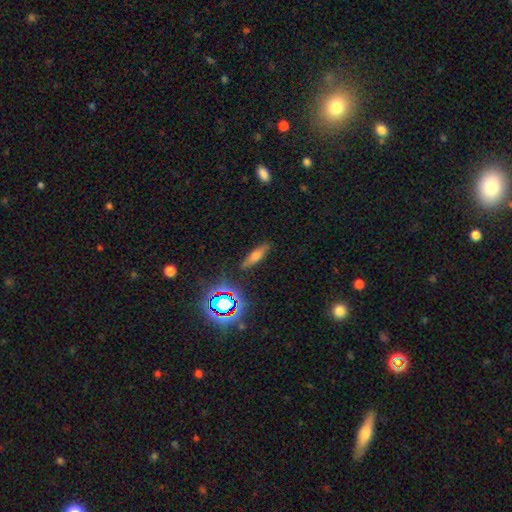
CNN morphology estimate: Smooth or featured?
  - smooth: 56% *
  - featured or disk: 26%
  - star or artifact: 18%
How rounded?
  - cigar-shaped: 59% *
  - in between: 36%
  - round: 5%
Merging?
  - none: 86% *
  - minor disturbance: 10%
  - major disturbance: 3%
  - merger: 2%